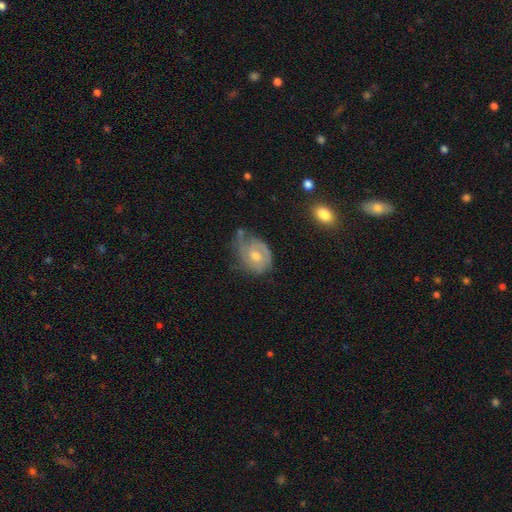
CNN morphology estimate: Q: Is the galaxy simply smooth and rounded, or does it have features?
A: featured or disk — 70%.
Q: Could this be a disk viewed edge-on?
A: no — 97%.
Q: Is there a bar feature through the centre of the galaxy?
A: no — 69%.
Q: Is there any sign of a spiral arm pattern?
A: yes — 84%.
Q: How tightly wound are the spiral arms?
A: tight — 55%.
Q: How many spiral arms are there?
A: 2 — 38%.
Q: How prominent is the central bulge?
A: moderate — 59%.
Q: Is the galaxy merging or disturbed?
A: none — 50%.